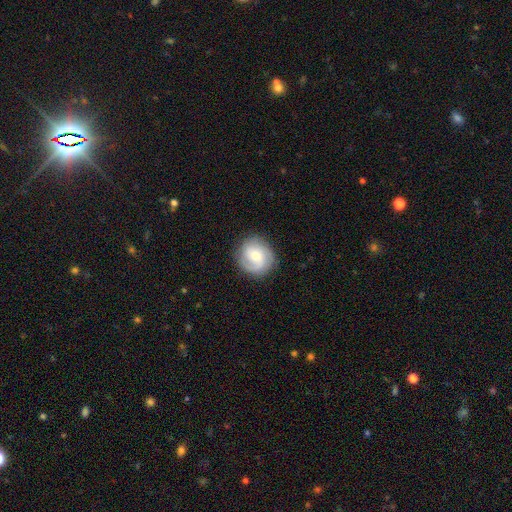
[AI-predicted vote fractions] Smooth or featured? featured or disk (66%)
Edge-on disk? no (98%)
Bar? no (61%)
Spiral arms? yes (92%)
Spiral winding? tight (43%)
Spiral arm count? 2 (44%)
Bulge size? moderate (55%)
Merging? none (82%)